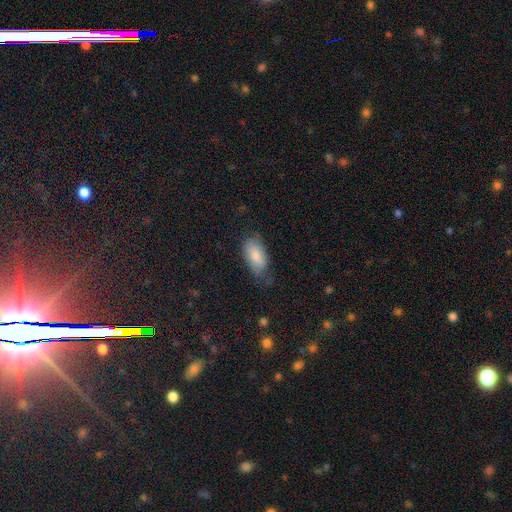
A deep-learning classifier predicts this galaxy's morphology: Q: Smooth or featured?
A: smooth (80%); runner-up: featured or disk (14%)
Q: How rounded?
A: in between (92%); runner-up: cigar-shaped (4%)
Q: Merging?
A: none (57%); runner-up: minor disturbance (31%)